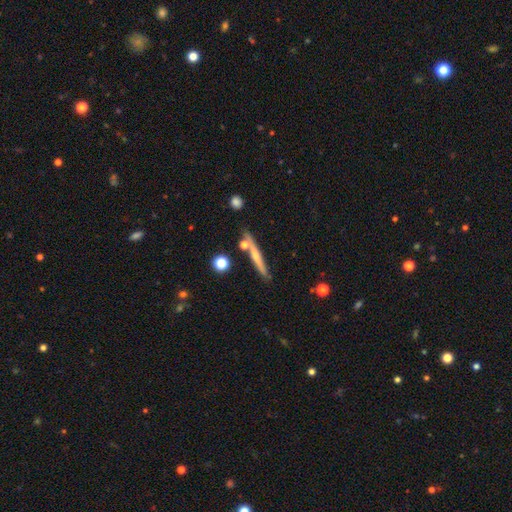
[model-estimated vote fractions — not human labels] A featured or disk galaxy (47%). Merging: none (77%).